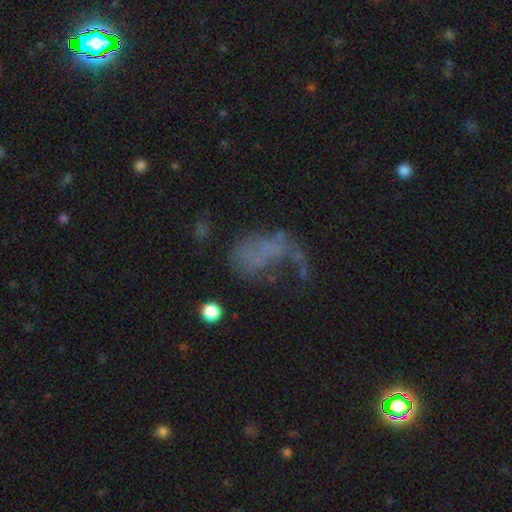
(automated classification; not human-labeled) featured or disk 41%, smooth 34%, star or artifact 25%. Down the decision tree: merging — major disturbance (50%).